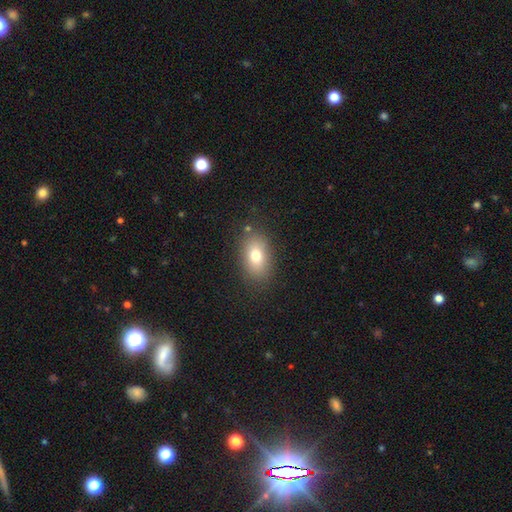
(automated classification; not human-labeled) smooth 76%, featured or disk 14%, star or artifact 11%. Down the decision tree: how rounded — in between (83%); merging — none (83%).